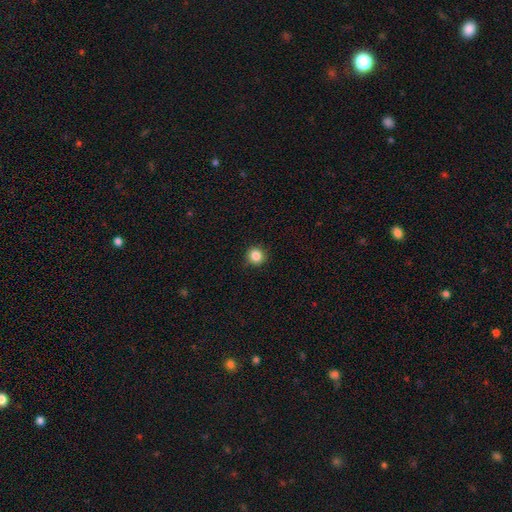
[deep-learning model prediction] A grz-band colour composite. It shows a smooth galaxy with no disk features (86%) that is round (93%). Merging: none (91%).